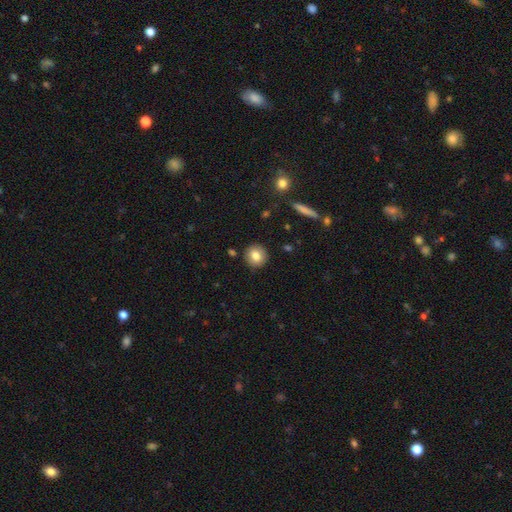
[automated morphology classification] Smooth or featured? smooth (81%)
How rounded? round (91%)
Merging? none (90%)